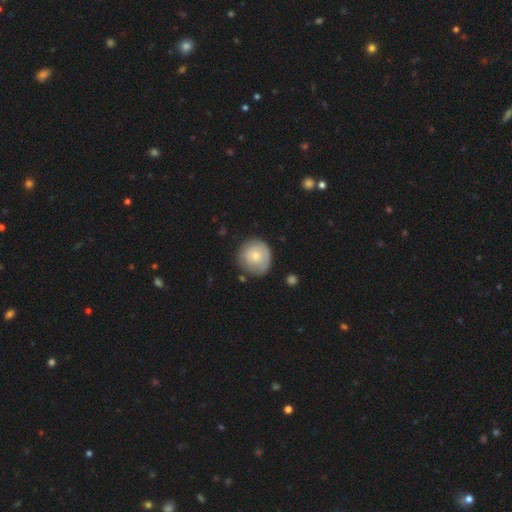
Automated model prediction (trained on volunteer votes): Smooth or featured?
  - smooth: 61% *
  - featured or disk: 33%
  - star or artifact: 6%
How rounded?
  - round: 91% *
  - in between: 8%
  - cigar-shaped: 1%
Merging?
  - none: 76% *
  - minor disturbance: 18%
  - major disturbance: 5%
  - merger: 2%